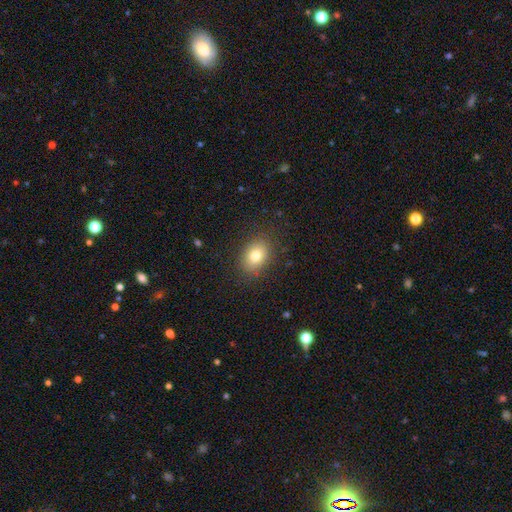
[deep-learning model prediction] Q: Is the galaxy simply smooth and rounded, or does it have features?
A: smooth — 79%.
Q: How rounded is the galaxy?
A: in between — 65%.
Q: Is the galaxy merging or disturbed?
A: none — 85%.